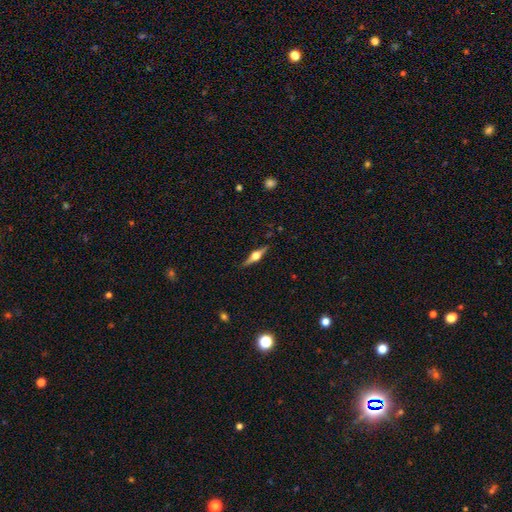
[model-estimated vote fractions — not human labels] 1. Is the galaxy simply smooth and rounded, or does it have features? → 76% featured or disk, 18% smooth, 6% star or artifact.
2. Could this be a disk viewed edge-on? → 98% yes, 2% no.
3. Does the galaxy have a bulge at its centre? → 95% rounded, 4% boxy, 1% none.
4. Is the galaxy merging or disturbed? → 89% none, 8% minor disturbance, 2% major disturbance, 1% merger.